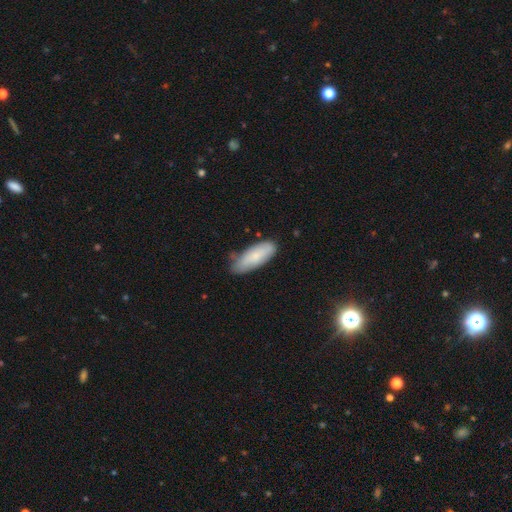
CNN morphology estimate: A smooth galaxy with no disk features (78%) that is in between round and cigar-shaped (70%).

Vote fractions:
- Smooth or featured? smooth: 78% / featured or disk: 16% / star or artifact: 6%
- How rounded? in between: 70% / cigar-shaped: 28% / round: 2%
- Merging? none: 68% / minor disturbance: 26% / major disturbance: 4% / merger: 2%